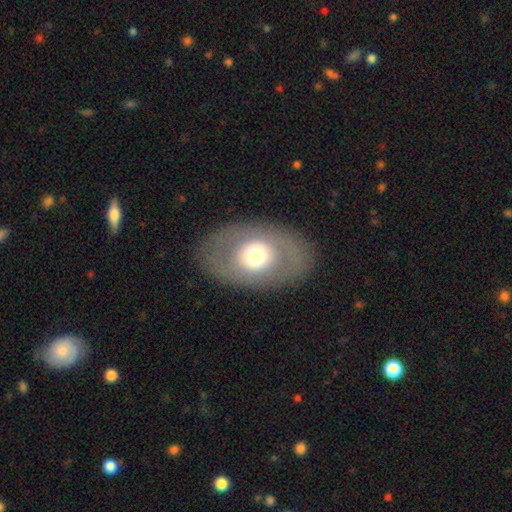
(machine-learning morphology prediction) Q: Smooth or featured?
A: smooth (48%); runner-up: featured or disk (44%)
Q: Merging?
A: none (82%); runner-up: minor disturbance (10%)